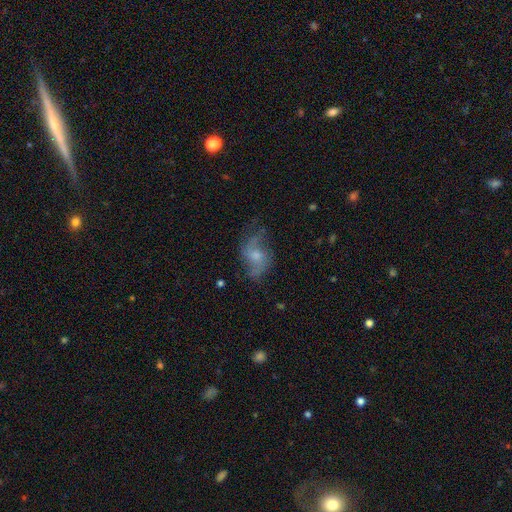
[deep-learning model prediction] Smooth or featured: featured or disk — 63% (smooth — 28%)
Edge-on disk: no — 96% (yes — 4%)
Bar: no — 69% (weak — 27%)
Spiral arms: yes — 82% (no — 18%)
Bulge size: moderate — 48% (small — 38%)
Merging: none — 54% (minor disturbance — 25%)